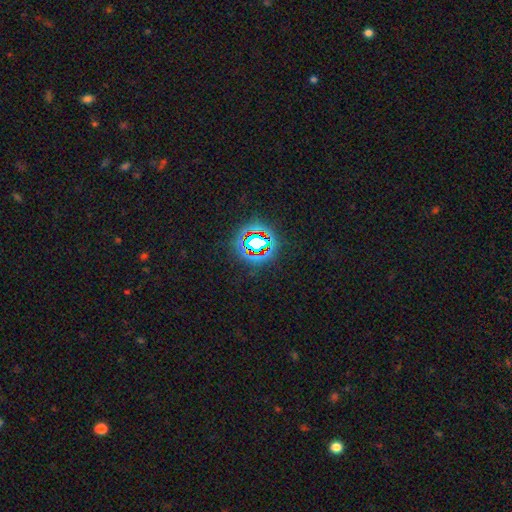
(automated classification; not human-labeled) Morphology: type=star or artifact (78%).